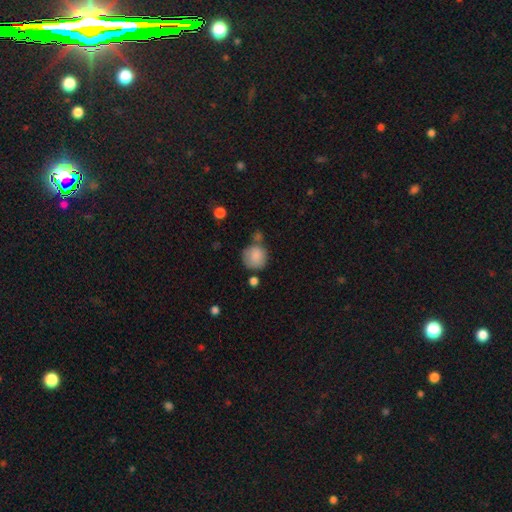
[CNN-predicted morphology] A smooth galaxy with no disk features (84%) that is round (85%).

Vote fractions:
- Smooth or featured? smooth: 84% / star or artifact: 8% / featured or disk: 8%
- How rounded? round: 85% / in between: 14% / cigar-shaped: 1%
- Merging? none: 53% / minor disturbance: 21% / merger: 18% / major disturbance: 8%